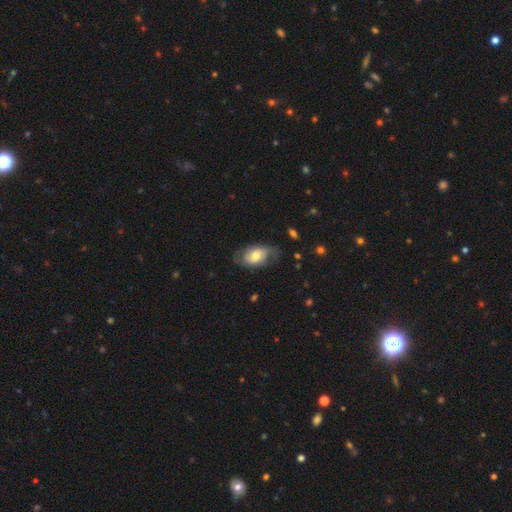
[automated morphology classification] smooth-or-featured: featured or disk: 47% | smooth: 46% | star or artifact: 7%
  merging: none: 65% | minor disturbance: 23% | major disturbance: 11% | merger: 1%